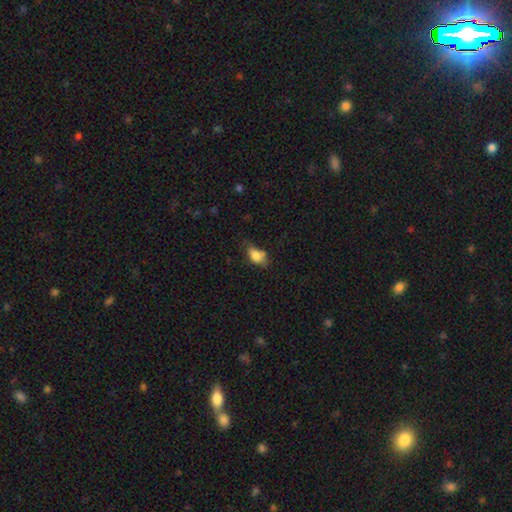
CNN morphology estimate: Smooth or featured? Predicted: smooth (p=0.77). How rounded? Predicted: in between (p=0.85). Merging? Predicted: none (p=0.43).